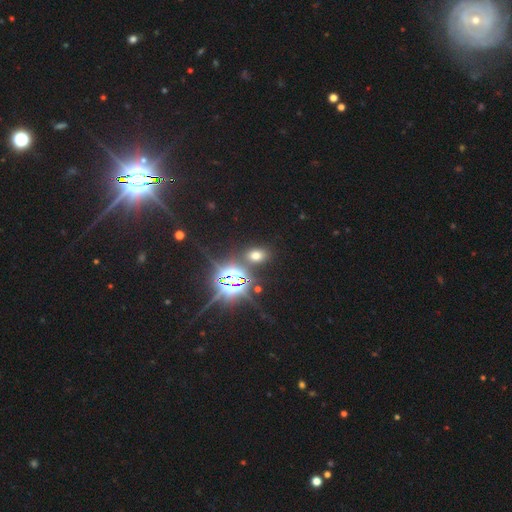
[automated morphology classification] This appears to be a smooth galaxy with no disk features (50%) that is in between round and cigar-shaped (78%). Merging: none (85%).